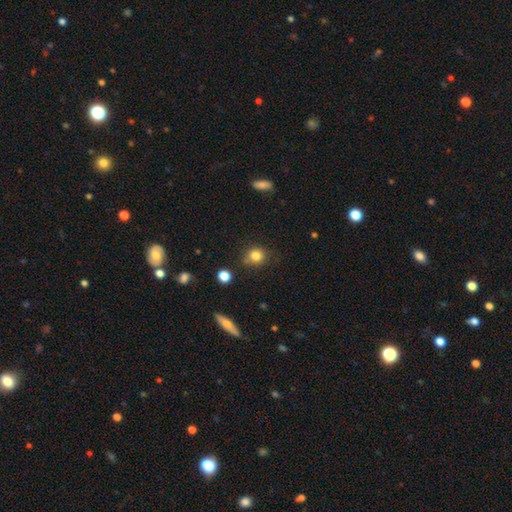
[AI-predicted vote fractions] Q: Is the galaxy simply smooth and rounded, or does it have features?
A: smooth — 82%.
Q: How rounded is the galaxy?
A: round — 81%.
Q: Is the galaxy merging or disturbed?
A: none — 76%.